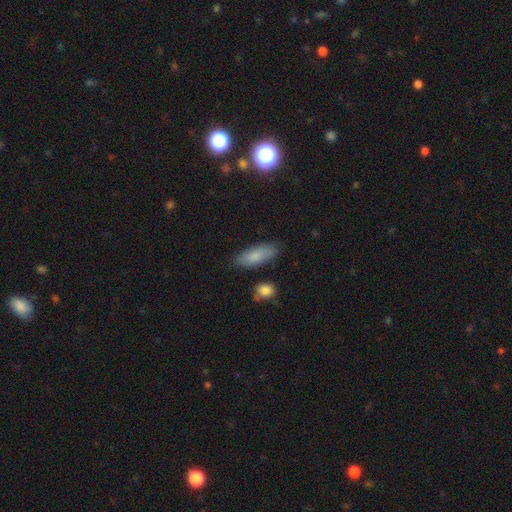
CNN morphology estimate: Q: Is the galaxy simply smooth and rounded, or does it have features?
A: smooth — 82%.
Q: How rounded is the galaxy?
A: in between — 72%.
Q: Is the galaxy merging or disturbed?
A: none — 81%.